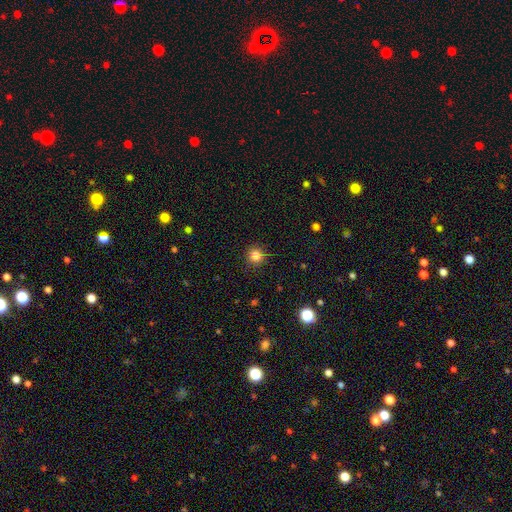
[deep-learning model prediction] This appears to be a smooth galaxy with no disk features (82%) that is round (92%). Merging: none (86%).